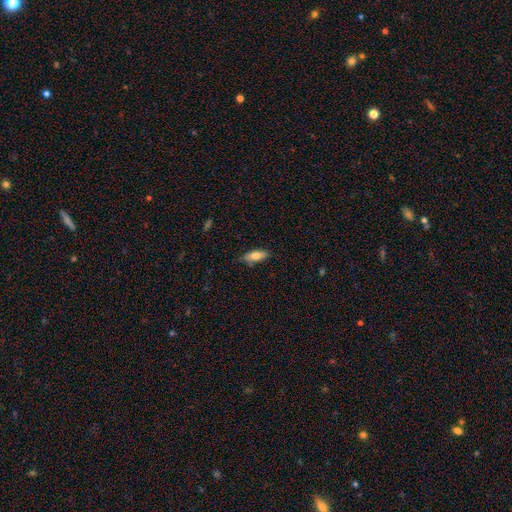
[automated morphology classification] Smooth or featured?
  - smooth: 75% *
  - featured or disk: 18%
  - star or artifact: 7%
How rounded?
  - in between: 68% *
  - cigar-shaped: 29%
  - round: 2%
Merging?
  - none: 79% *
  - minor disturbance: 17%
  - major disturbance: 3%
  - merger: 1%